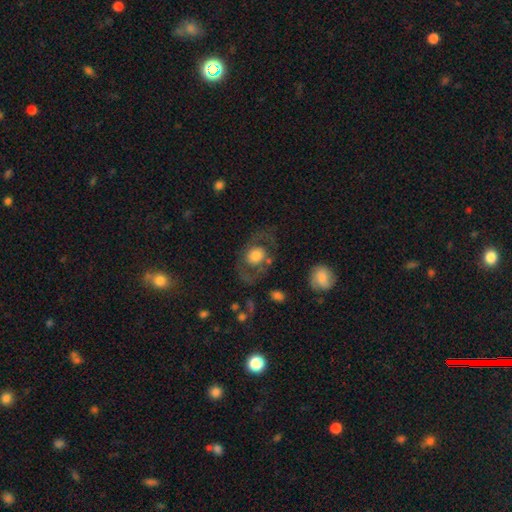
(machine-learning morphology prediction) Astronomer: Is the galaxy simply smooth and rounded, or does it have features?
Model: smooth — 48% (runner-up: featured or disk, 45%).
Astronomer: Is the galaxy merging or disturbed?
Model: none — 66%.